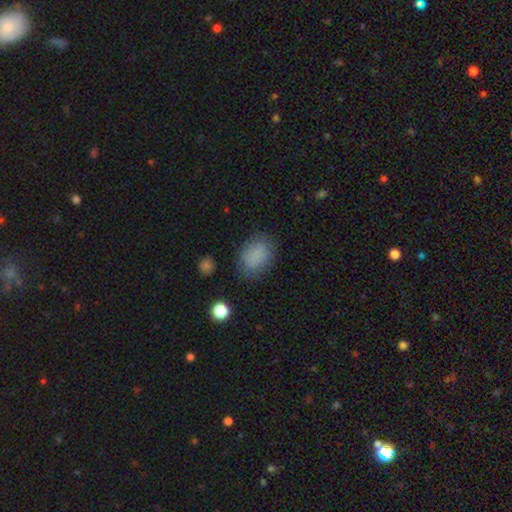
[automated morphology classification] Smooth or featured?
  - smooth: 85% *
  - star or artifact: 10%
  - featured or disk: 5%
How rounded?
  - in between: 74% *
  - round: 24%
  - cigar-shaped: 1%
Merging?
  - none: 78% *
  - minor disturbance: 15%
  - major disturbance: 5%
  - merger: 2%